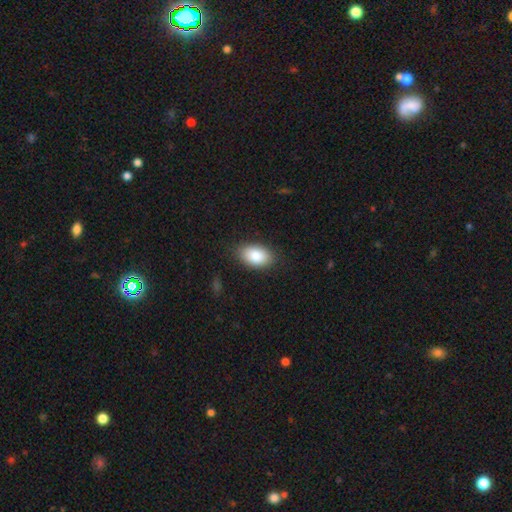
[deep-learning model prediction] Overall: smooth (84%). How rounded: in between (91%). Merging: none (85%).